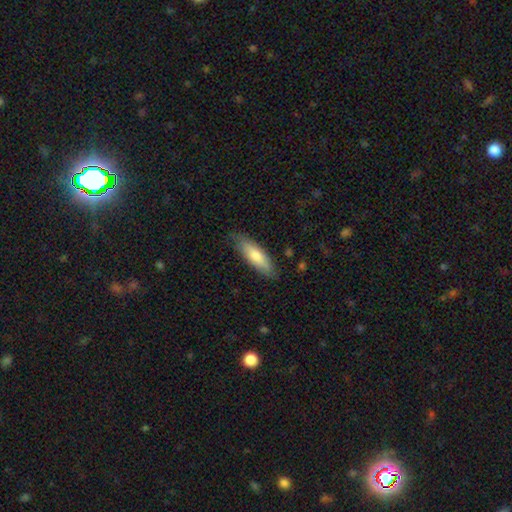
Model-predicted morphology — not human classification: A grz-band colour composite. It shows a smooth galaxy with no disk features (73%) that is cigar-shaped (56%). Merging: none (80%).